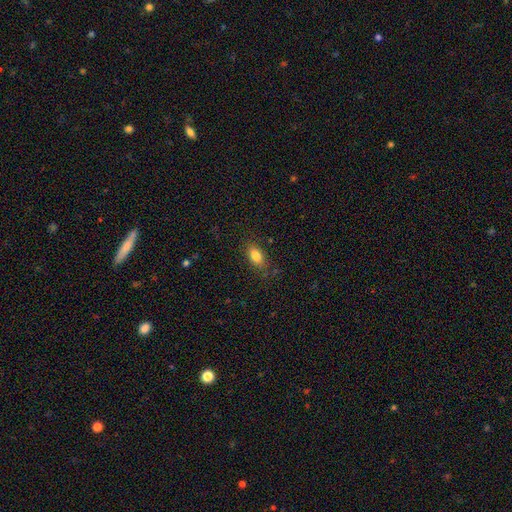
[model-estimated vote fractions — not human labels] Q: Smooth or featured?
A: smooth (83%); runner-up: star or artifact (9%)
Q: How rounded?
A: in between (88%); runner-up: round (7%)
Q: Merging?
A: none (80%); runner-up: minor disturbance (14%)